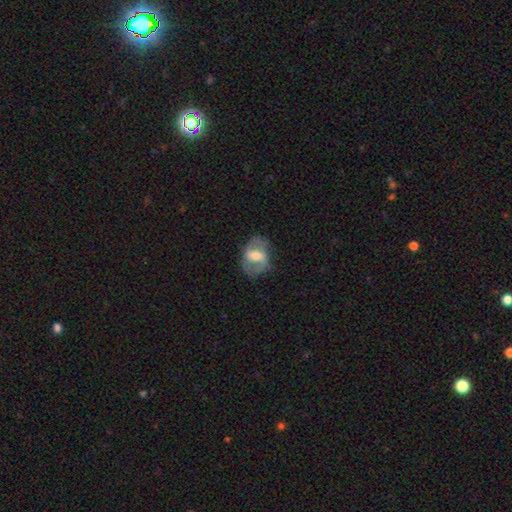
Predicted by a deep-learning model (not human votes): Smooth or featured?
  - featured or disk: 60% *
  - smooth: 33%
  - star or artifact: 7%
Edge-on disk?
  - no: 94% *
  - yes: 6%
Bar?
  - weak: 41% *
  - strong: 36%
  - no: 22%
Spiral arms?
  - yes: 60% *
  - no: 40%
Bulge size?
  - moderate: 56% *
  - small: 21%
  - large: 18%
  - none: 4%
  - dominant: 2%
Merging?
  - none: 64% *
  - minor disturbance: 21%
  - major disturbance: 13%
  - merger: 2%